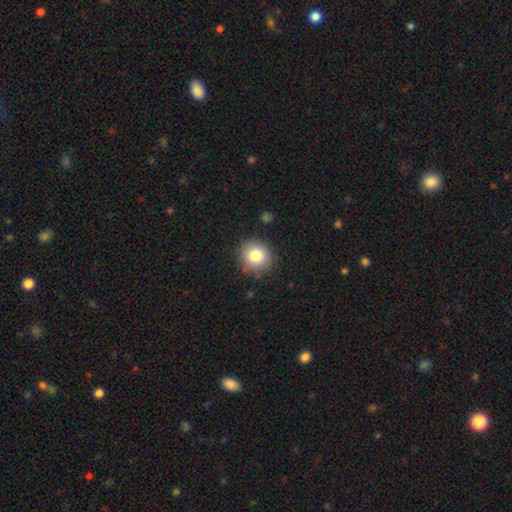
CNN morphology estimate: This is clearly a smooth galaxy (82%). How rounded: clearly round (88%). Merging: clearly none (87%).